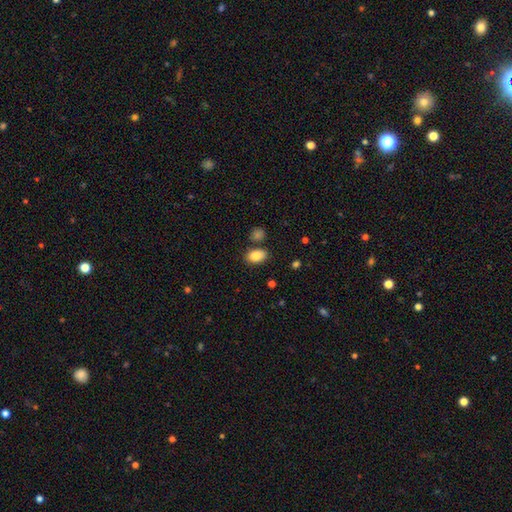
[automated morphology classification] smooth 84%, star or artifact 8%, featured or disk 7%. Down the decision tree: how rounded — in between (86%); merging — none (78%).